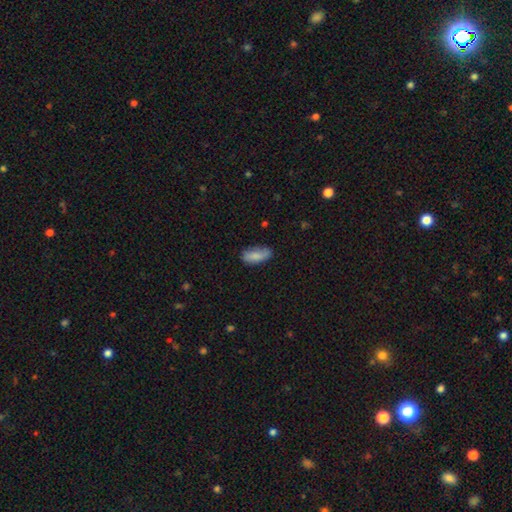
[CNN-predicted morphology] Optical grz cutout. It shows a smooth galaxy with no disk features (80%) that is in between round and cigar-shaped (87%). Merging: none (67%).